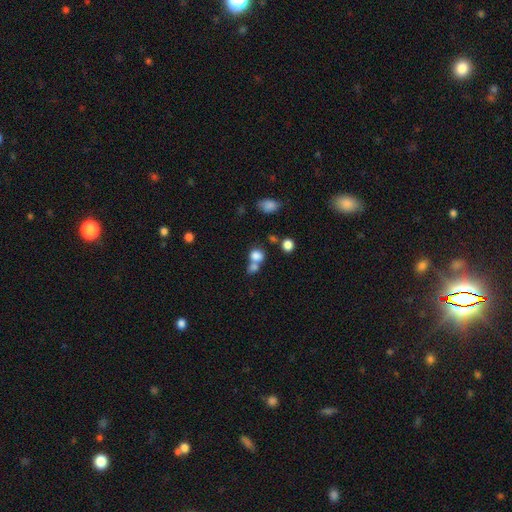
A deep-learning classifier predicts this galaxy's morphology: type=smooth (79%); roundness=round (61%); merging=merger (52%).